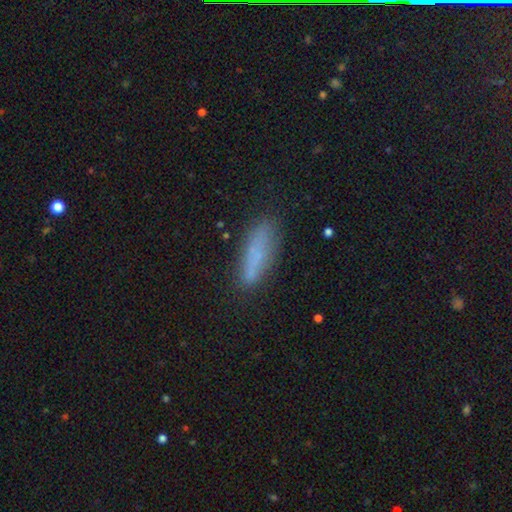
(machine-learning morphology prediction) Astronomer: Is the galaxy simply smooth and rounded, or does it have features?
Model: smooth — 70%.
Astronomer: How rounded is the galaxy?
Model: cigar-shaped — 68%.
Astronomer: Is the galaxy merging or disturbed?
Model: none — 76%.